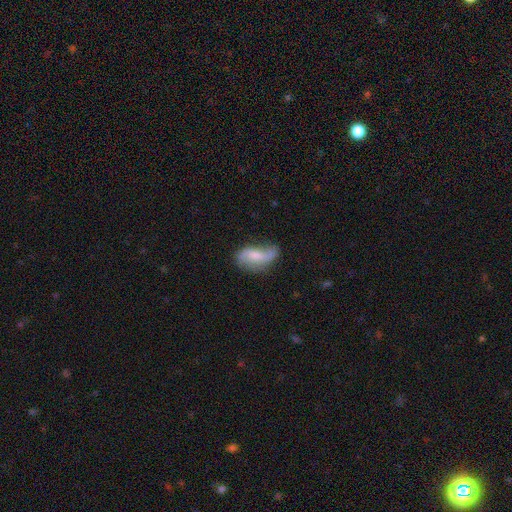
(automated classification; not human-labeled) This is likely a featured or disk galaxy (63%). It is clearly not viewed edge-on (94%). Bar: marginally weak (44%). Spiral arm pattern: clearly yes (89%). Spiral arm count: clearly 2 (86%). Spiral winding: likely loose (79%). Central bulge: marginally small (40%). Merging: possibly none (59%).